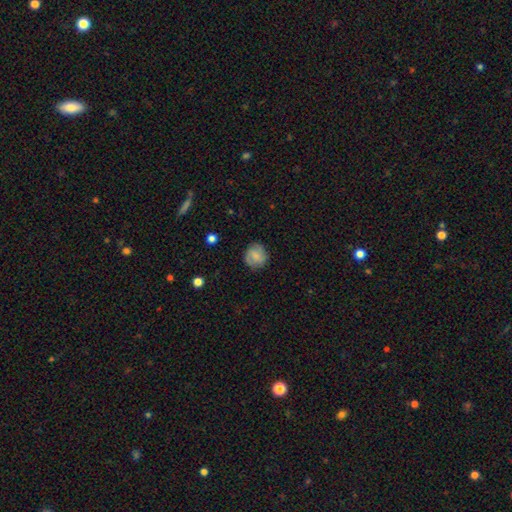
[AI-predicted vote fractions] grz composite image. It shows a smooth galaxy with no disk features (62%) that is round (86%). Merging: none (82%).